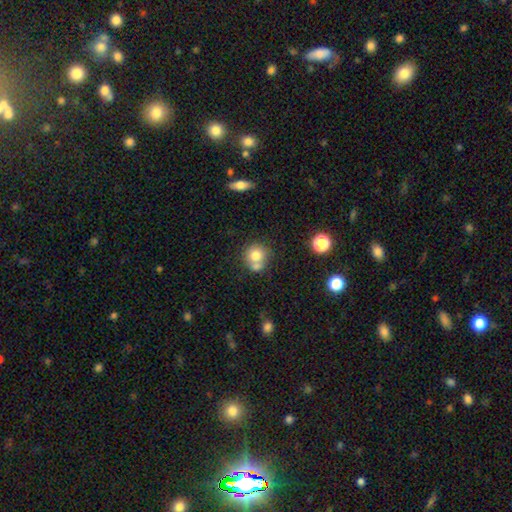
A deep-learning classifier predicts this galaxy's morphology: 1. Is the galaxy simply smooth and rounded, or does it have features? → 76% smooth, 14% featured or disk, 10% star or artifact.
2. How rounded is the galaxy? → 86% round, 13% in between, 1% cigar-shaped.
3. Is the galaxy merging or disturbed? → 48% none, 38% merger, 11% minor disturbance, 4% major disturbance.